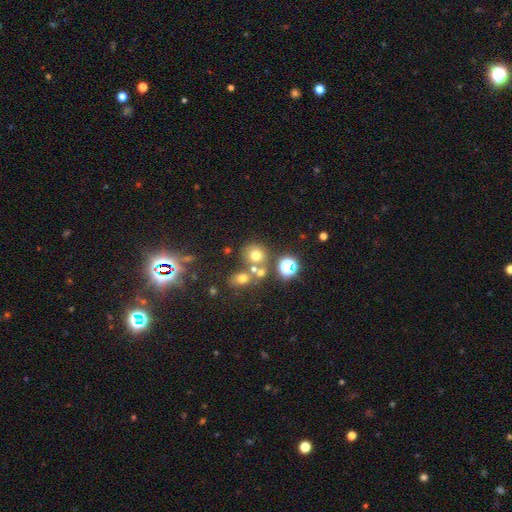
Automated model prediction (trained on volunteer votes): Smooth or featured? smooth (64%)
How rounded? round (84%)
Merging? none (61%)